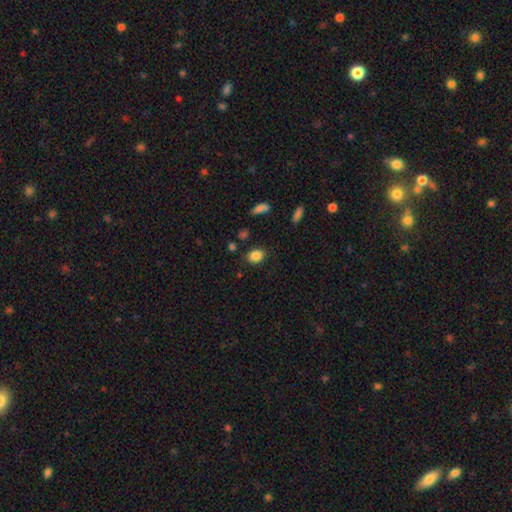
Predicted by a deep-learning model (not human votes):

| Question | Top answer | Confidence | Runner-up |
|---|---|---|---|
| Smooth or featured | smooth | 85% | star or artifact (10%) |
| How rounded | in between | 57% | round (42%) |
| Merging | none | 82% | minor disturbance (12%) |